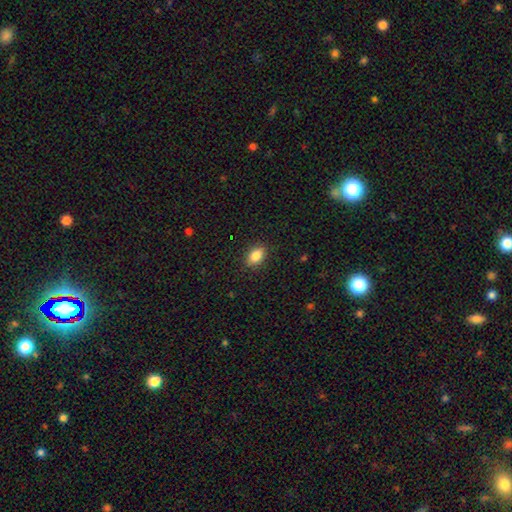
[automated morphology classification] smooth-or-featured: smooth: 85% | star or artifact: 8% | featured or disk: 7%
  how-rounded: in between: 87% | round: 10% | cigar-shaped: 3%
  merging: none: 88% | minor disturbance: 8% | major disturbance: 2% | merger: 1%